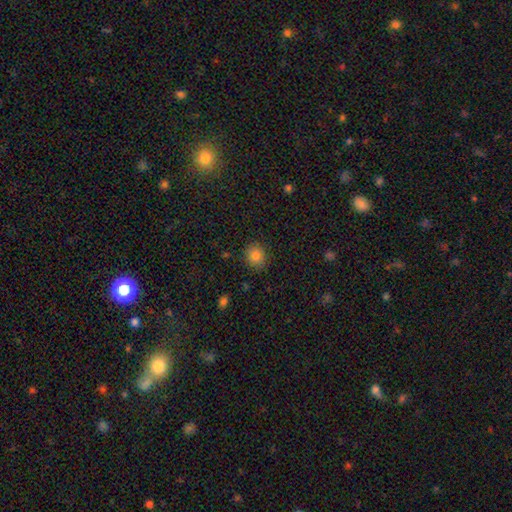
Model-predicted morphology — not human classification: smooth 82%, star or artifact 11%, featured or disk 7%. Down the decision tree: how rounded — round (81%); merging — none (88%).